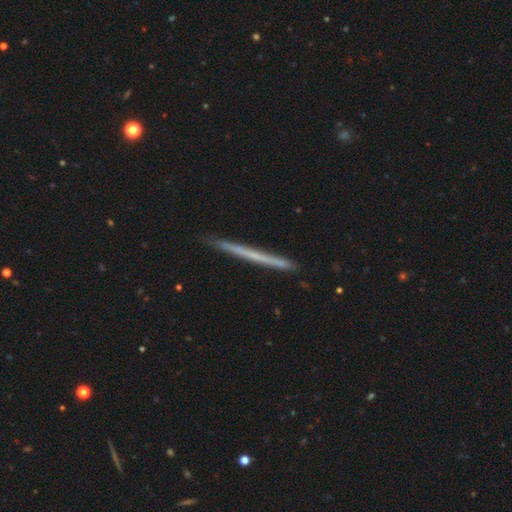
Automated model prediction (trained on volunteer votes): Smooth or featured? featured or disk (53%)
Edge-on disk? yes (97%)
Edge-on bulge? none (90%)
Merging? none (89%)